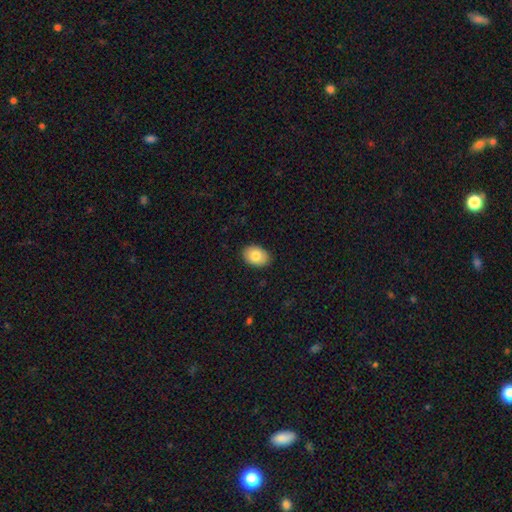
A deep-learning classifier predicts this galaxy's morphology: smooth 82%, featured or disk 11%, star or artifact 7%. Down the decision tree: how rounded — in between (82%); merging — none (89%).